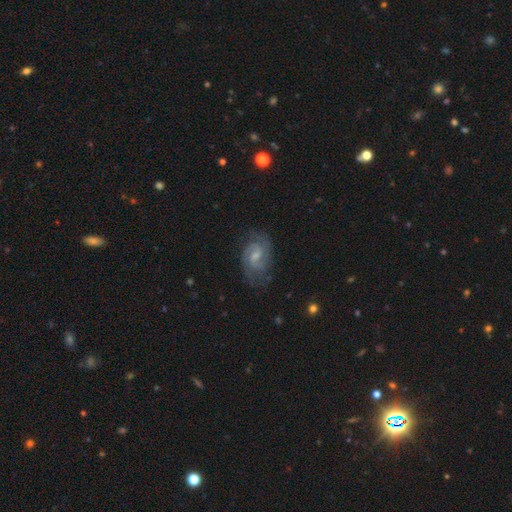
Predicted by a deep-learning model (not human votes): Smooth or featured: featured or disk — 83% (smooth — 11%)
Edge-on disk: no — 97% (yes — 3%)
Bar: weak — 60% (no — 28%)
Spiral arms: yes — 96% (no — 4%)
Spiral winding: medium — 49% (tight — 38%)
Spiral arm count: 2 — 74% (can't tell — 11%)
Bulge size: small — 46% (moderate — 36%)
Merging: none — 74% (minor disturbance — 18%)